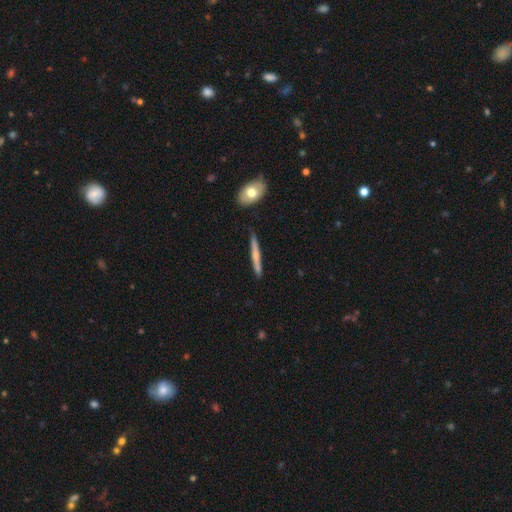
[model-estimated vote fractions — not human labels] Smooth or featured? smooth (48%)
Merging? none (87%)